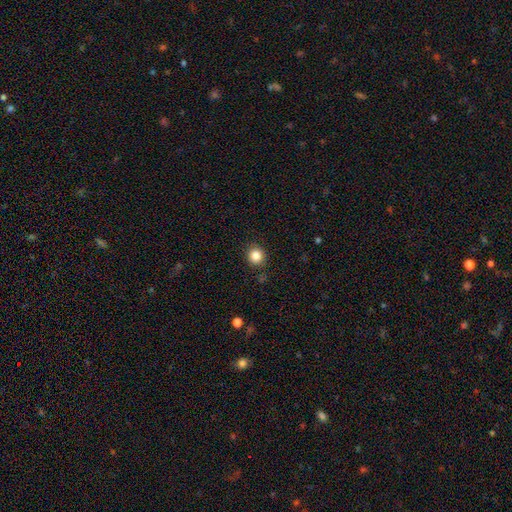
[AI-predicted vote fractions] Smooth or featured?
  - smooth: 84% *
  - star or artifact: 11%
  - featured or disk: 5%
How rounded?
  - round: 88% *
  - in between: 11%
  - cigar-shaped: 1%
Merging?
  - none: 88% *
  - minor disturbance: 8%
  - major disturbance: 2%
  - merger: 2%